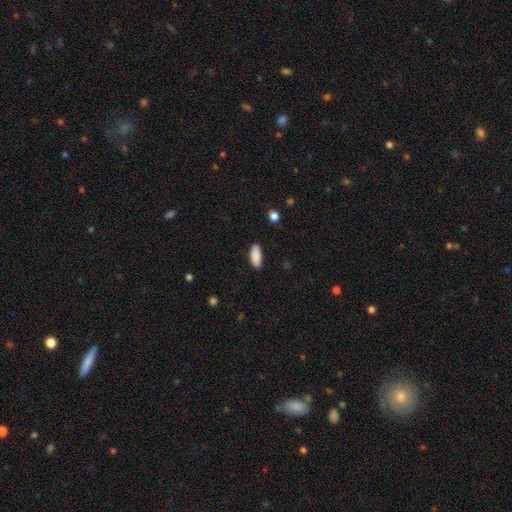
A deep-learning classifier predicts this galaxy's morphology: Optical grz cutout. It shows a smooth galaxy with no disk features (89%) that is in between round and cigar-shaped (85%). Merging: none (87%).